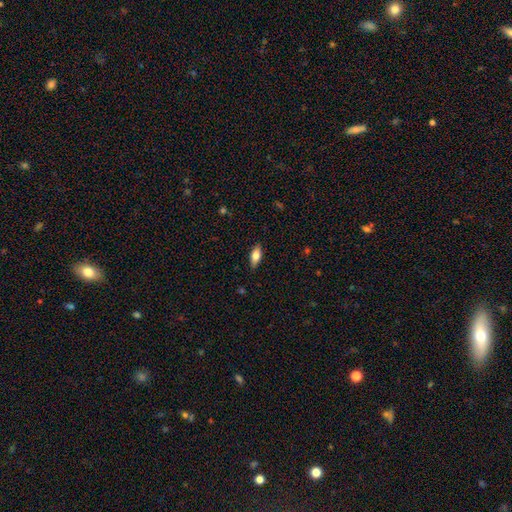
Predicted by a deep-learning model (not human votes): Q: Smooth or featured?
A: smooth (74%); runner-up: featured or disk (19%)
Q: How rounded?
A: in between (79%); runner-up: cigar-shaped (18%)
Q: Merging?
A: none (86%); runner-up: minor disturbance (11%)